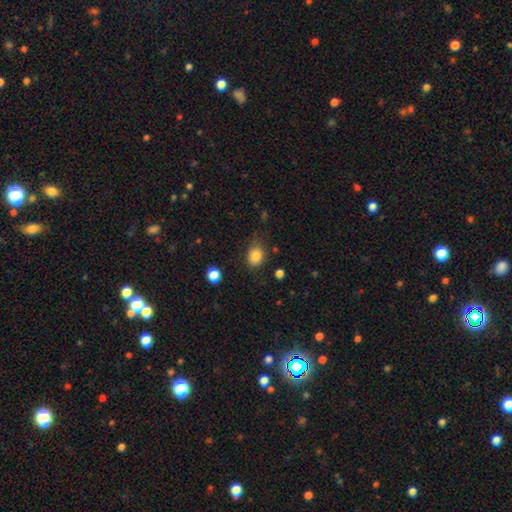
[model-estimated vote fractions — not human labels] Overall: smooth (84%). How rounded: in between (59%; round 40%). Merging: none (71%).